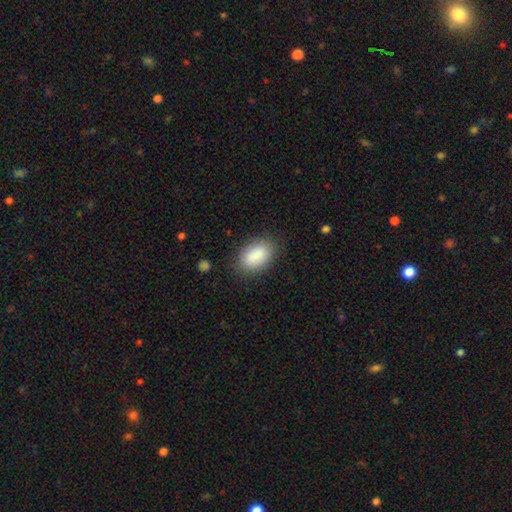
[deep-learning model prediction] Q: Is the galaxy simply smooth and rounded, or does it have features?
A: smooth — 88%.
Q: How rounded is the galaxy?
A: in between — 91%.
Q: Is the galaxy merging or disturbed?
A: none — 83%.